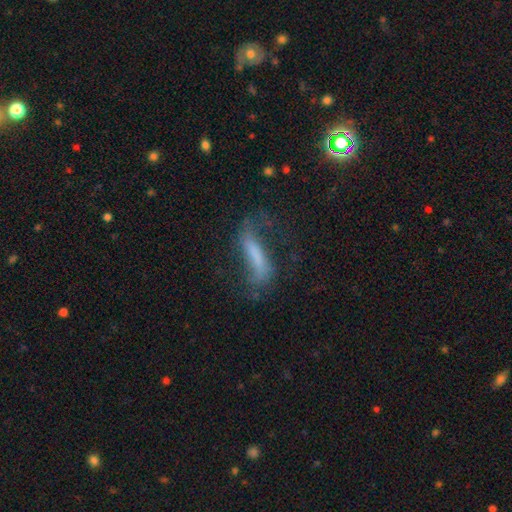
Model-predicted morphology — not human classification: This appears to be a featured or disk galaxy (53%). Merging: none (51%).